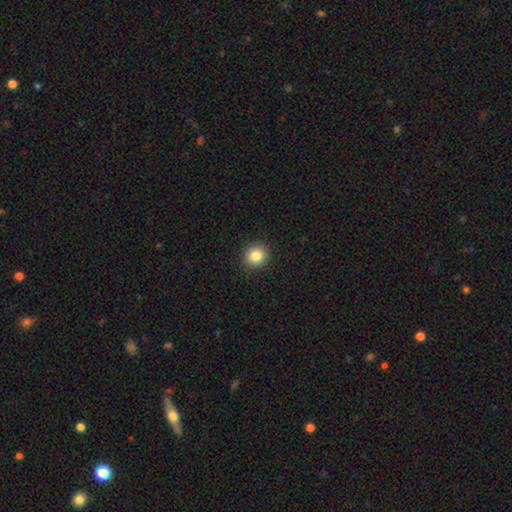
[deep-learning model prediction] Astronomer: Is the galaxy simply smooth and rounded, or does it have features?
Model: smooth — 85%.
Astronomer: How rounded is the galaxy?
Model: round — 87%.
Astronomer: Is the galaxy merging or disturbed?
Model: none — 92%.